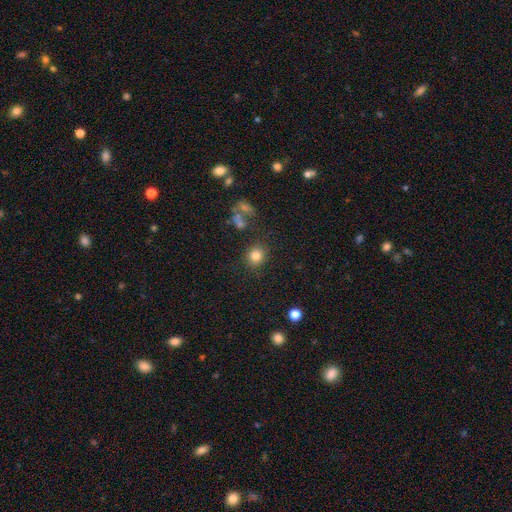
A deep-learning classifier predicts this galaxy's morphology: type=smooth (80%); roundness=round (86%); merging=none (83%).